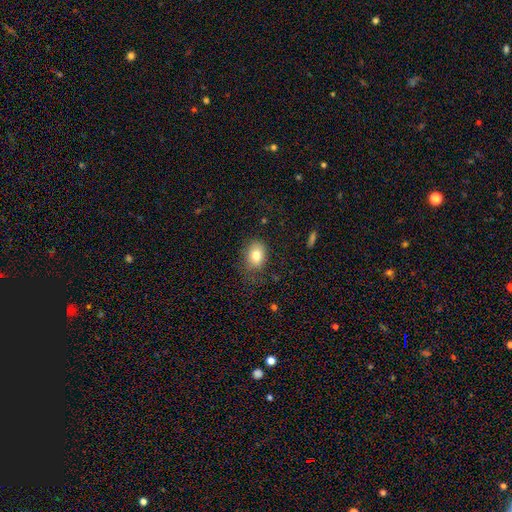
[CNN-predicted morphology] smooth 79%, featured or disk 11%, star or artifact 10%. Down the decision tree: how rounded — in between (69%); merging — none (70%).